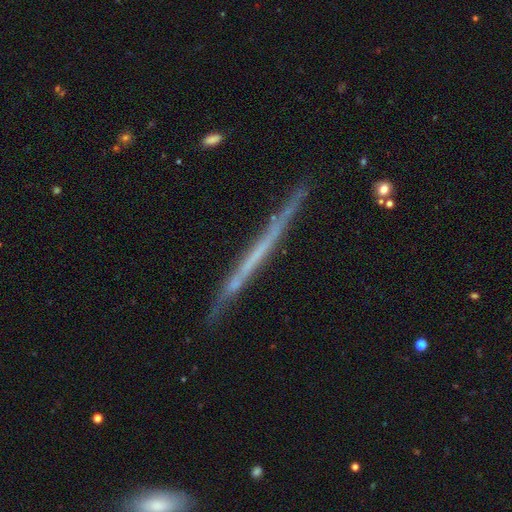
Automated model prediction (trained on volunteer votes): Q: Smooth or featured?
A: featured or disk (62%); runner-up: smooth (31%)
Q: Edge-on disk?
A: yes (96%); runner-up: no (4%)
Q: Edge-on bulge?
A: none (93%); runner-up: rounded (4%)
Q: Merging?
A: none (85%); runner-up: minor disturbance (11%)